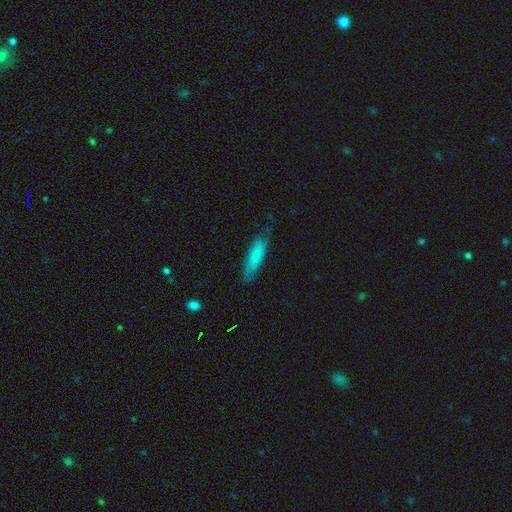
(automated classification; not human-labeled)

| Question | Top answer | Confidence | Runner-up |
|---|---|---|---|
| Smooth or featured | smooth | 79% | featured or disk (16%) |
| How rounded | cigar-shaped | 63% | in between (36%) |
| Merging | none | 76% | minor disturbance (19%) |